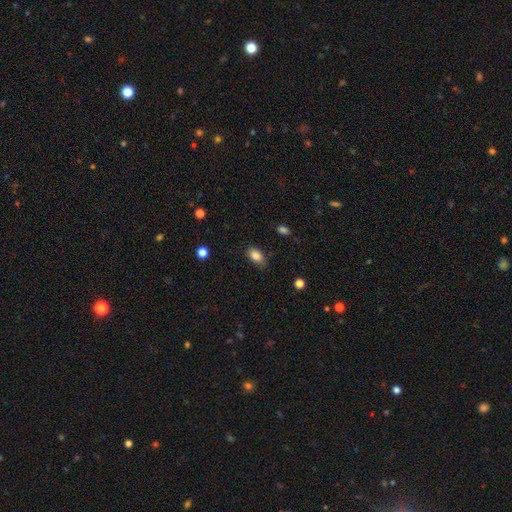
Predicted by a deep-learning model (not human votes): Smooth or featured? Predicted: smooth (p=0.85). How rounded? Predicted: in between (p=0.89). Merging? Predicted: none (p=0.82).